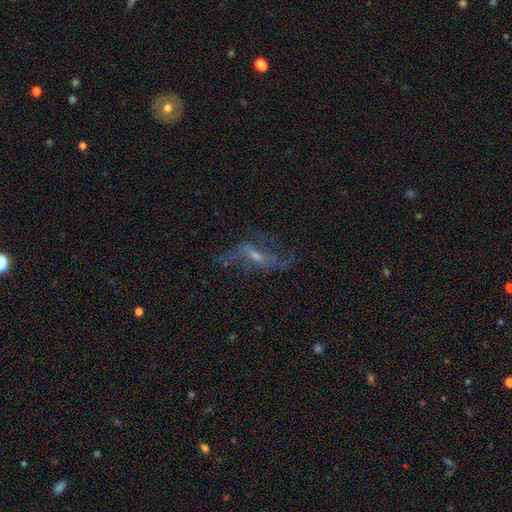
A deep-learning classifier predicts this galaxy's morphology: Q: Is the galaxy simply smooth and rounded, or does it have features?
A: featured or disk — 73%.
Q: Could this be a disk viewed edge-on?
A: no — 86%.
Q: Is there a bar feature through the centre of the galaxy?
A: weak — 44%.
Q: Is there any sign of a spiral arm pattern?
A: yes — 80%.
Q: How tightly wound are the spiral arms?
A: loose — 70%.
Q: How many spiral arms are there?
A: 2 — 66%.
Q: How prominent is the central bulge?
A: small — 52%.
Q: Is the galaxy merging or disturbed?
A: none — 57%.